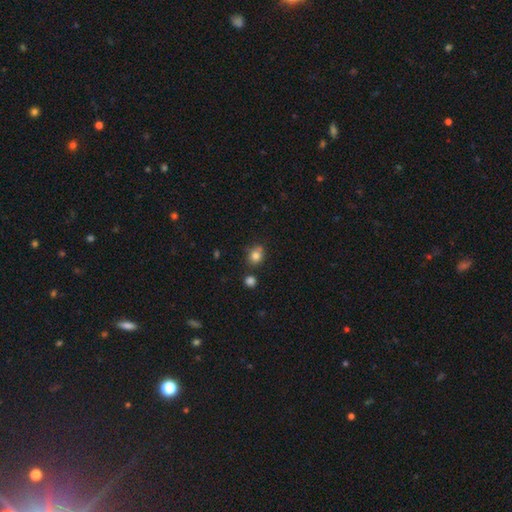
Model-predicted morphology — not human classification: Q: Smooth or featured?
A: smooth (80%); runner-up: star or artifact (12%)
Q: How rounded?
A: round (68%); runner-up: in between (31%)
Q: Merging?
A: none (67%); runner-up: minor disturbance (16%)